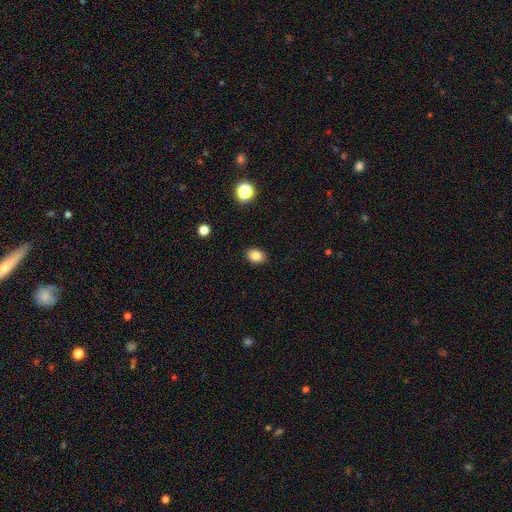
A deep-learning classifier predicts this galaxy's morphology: smooth-or-featured: smooth: 83% | star or artifact: 10% | featured or disk: 6%
  how-rounded: in between: 67% | round: 32% | cigar-shaped: 1%
  merging: none: 89% | minor disturbance: 8% | major disturbance: 2% | merger: 1%